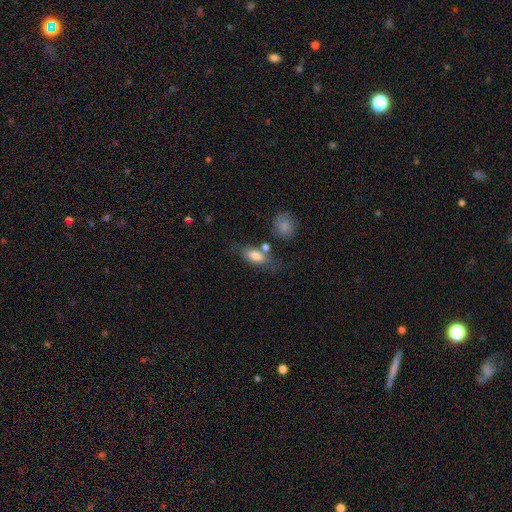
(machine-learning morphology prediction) Q: Smooth or featured?
A: smooth (80%); runner-up: featured or disk (13%)
Q: How rounded?
A: in between (84%); runner-up: cigar-shaped (8%)
Q: Merging?
A: none (55%); runner-up: minor disturbance (20%)